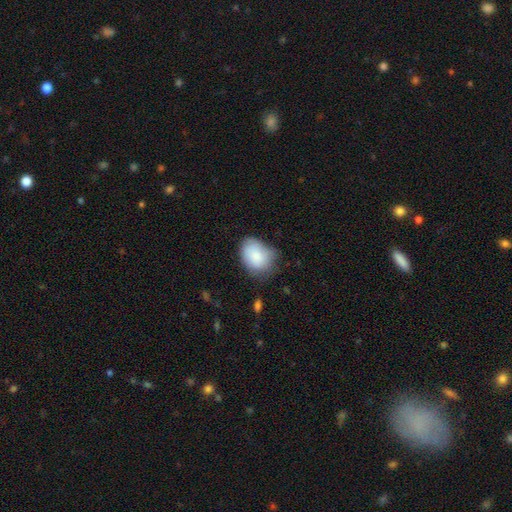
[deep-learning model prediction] The model was most divided on "merging": none: 52%, minor disturbance: 36%, major disturbance: 10%, merger: 3%. More confident: smooth or featured — smooth (84%); how rounded — in between (73%).